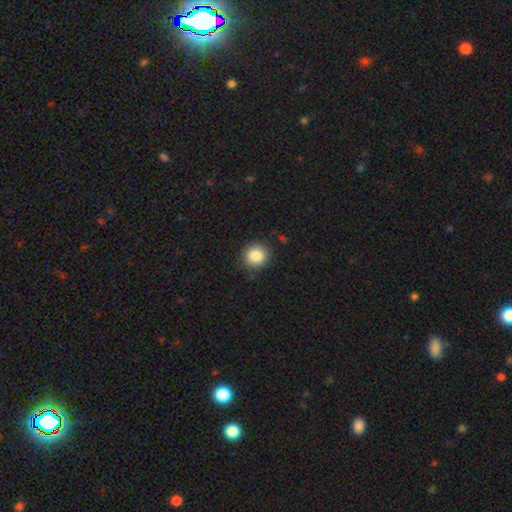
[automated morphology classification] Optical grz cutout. It shows a smooth galaxy with no disk features (86%) that is round (87%). Merging: none (87%).